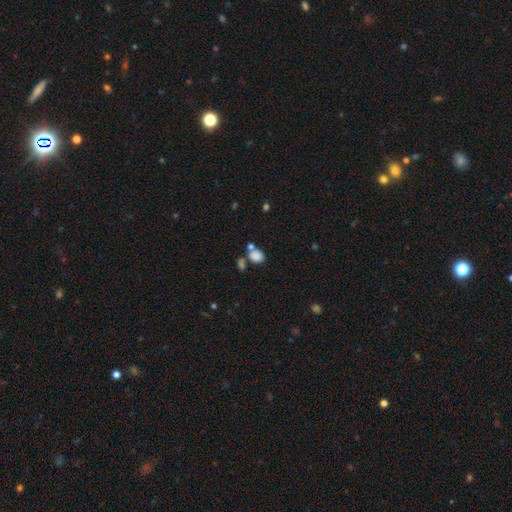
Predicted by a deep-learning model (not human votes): This is clearly a smooth galaxy (83%). How rounded: likely in between (60%). Merging: possibly none (49%).